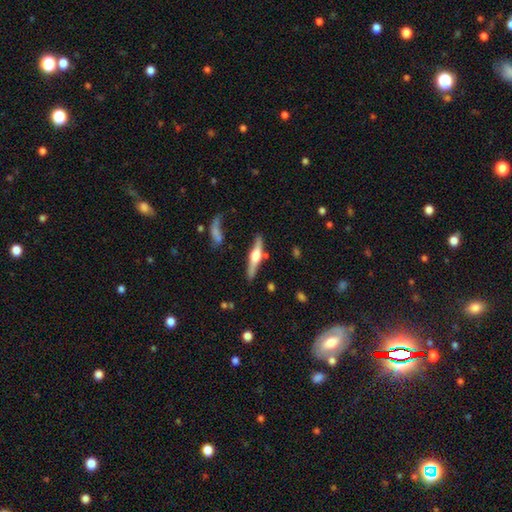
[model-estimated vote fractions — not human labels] featured or disk 72%, smooth 23%, star or artifact 5%. Down the decision tree: edge-on disk — yes (96%); edge-on bulge — rounded (94%); merging — none (80%).